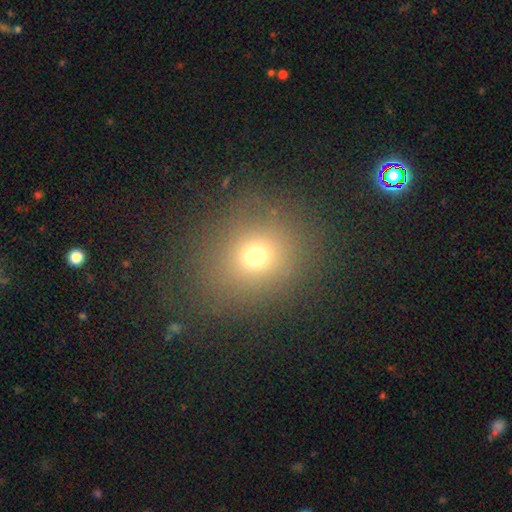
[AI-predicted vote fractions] smooth_or_featured: smooth (p=0.67) [alt: star or artifact p=0.21]
how_rounded: round (p=0.75) [alt: in between p=0.24]
merging: none (p=0.80) [alt: minor disturbance p=0.11]